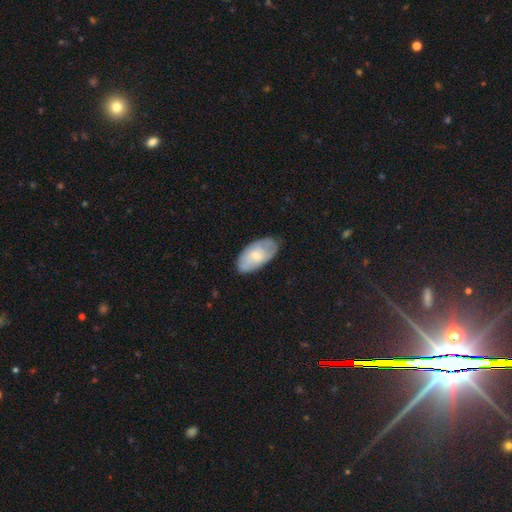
featured or disk 49%, smooth 44%, star or artifact 8%. Down the decision tree: edge-on disk — no (74%); bar — no (71%); spiral arms — no (64%); bulge size — moderate (50%); merging — none (83%).